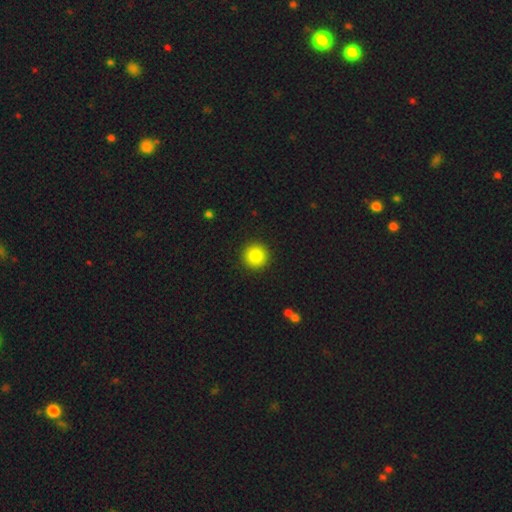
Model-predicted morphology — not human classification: Q: Smooth or featured?
A: smooth (86%); runner-up: star or artifact (9%)
Q: How rounded?
A: round (95%); runner-up: in between (4%)
Q: Merging?
A: none (92%); runner-up: minor disturbance (5%)